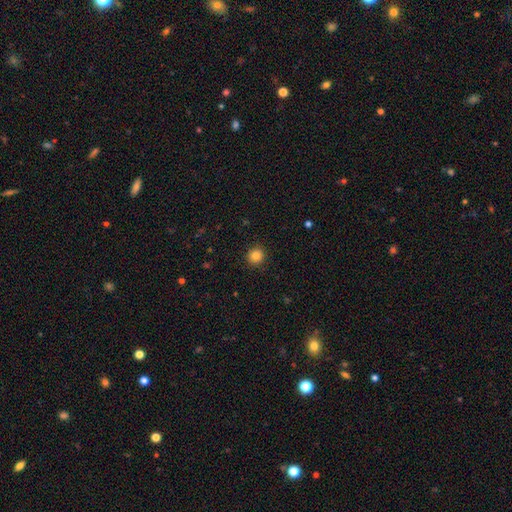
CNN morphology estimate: The model was most divided on "smooth or featured": smooth: 85%, star or artifact: 11%, featured or disk: 4%. More confident: how rounded — round (92%); merging — none (92%).